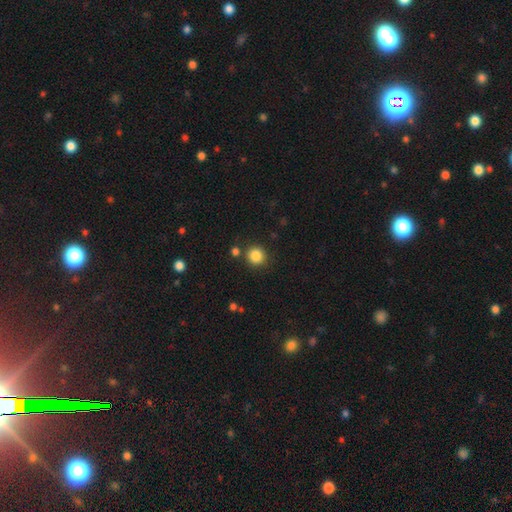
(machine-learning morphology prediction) This is clearly a smooth galaxy (86%). How rounded: clearly round (91%). Merging: clearly none (85%).